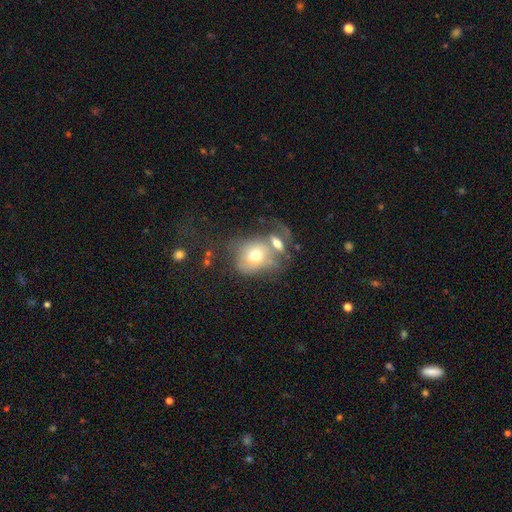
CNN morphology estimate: Smooth or featured: smooth — 58% (featured or disk — 32%)
How rounded: round — 56% (in between — 43%)
Merging: merger — 48% (none — 23%)